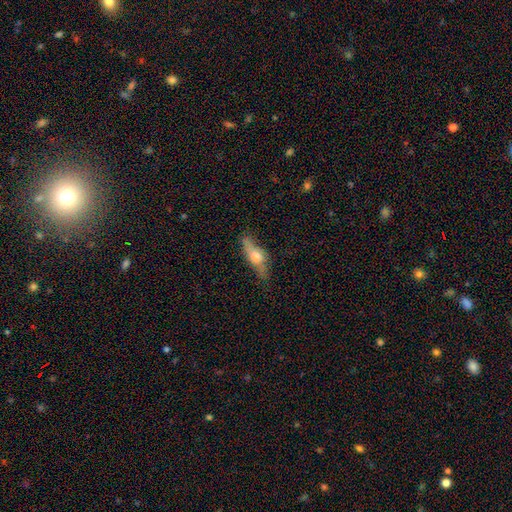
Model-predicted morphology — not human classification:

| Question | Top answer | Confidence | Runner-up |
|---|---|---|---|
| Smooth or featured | featured or disk | 51% | smooth (42%) |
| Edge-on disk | yes | 83% | no (17%) |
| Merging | none | 70% | minor disturbance (21%) |